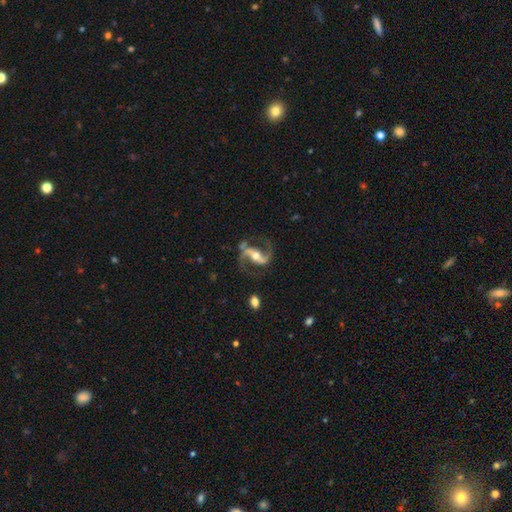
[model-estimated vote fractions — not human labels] Smooth or featured? Predicted: featured or disk (p=0.91). Edge-on disk? Predicted: no (p=0.96). Bar? Predicted: strong (p=0.53). Spiral arms? Predicted: yes (p=0.97). Spiral winding? Predicted: loose (p=0.47). Spiral arm count? Predicted: 2 (p=0.93). Bulge size? Predicted: moderate (p=0.64). Merging? Predicted: none (p=0.73).